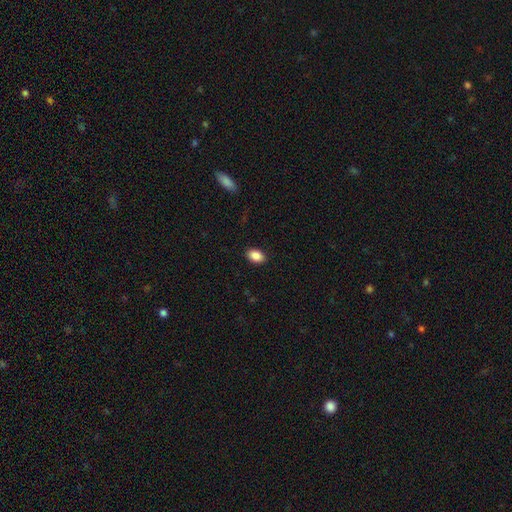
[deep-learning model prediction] Smooth or featured: smooth — 89% (star or artifact — 8%)
How rounded: in between — 87% (round — 12%)
Merging: none — 89% (minor disturbance — 8%)